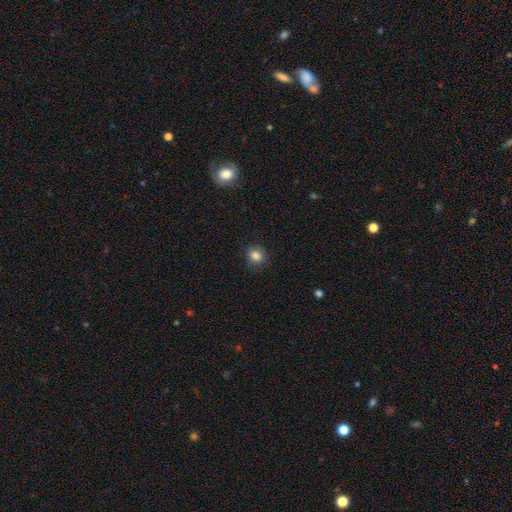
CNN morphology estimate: smooth-or-featured: smooth: 84% | star or artifact: 11% | featured or disk: 5%
  how-rounded: round: 76% | in between: 23% | cigar-shaped: 1%
  merging: none: 83% | minor disturbance: 13% | major disturbance: 3% | merger: 1%